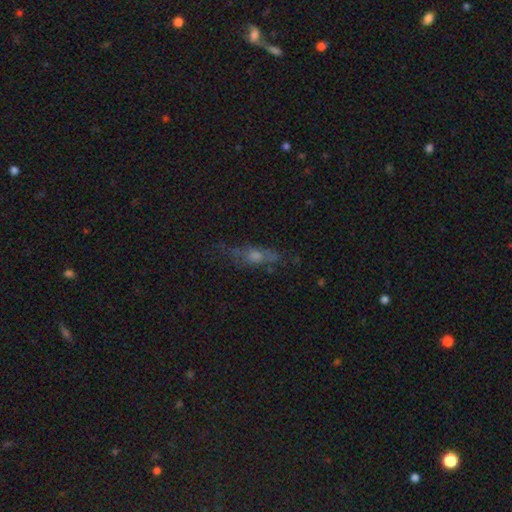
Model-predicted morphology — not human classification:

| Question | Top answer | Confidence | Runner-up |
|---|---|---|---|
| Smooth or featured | featured or disk | 46% | smooth (35%) |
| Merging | none | 64% | minor disturbance (22%) |